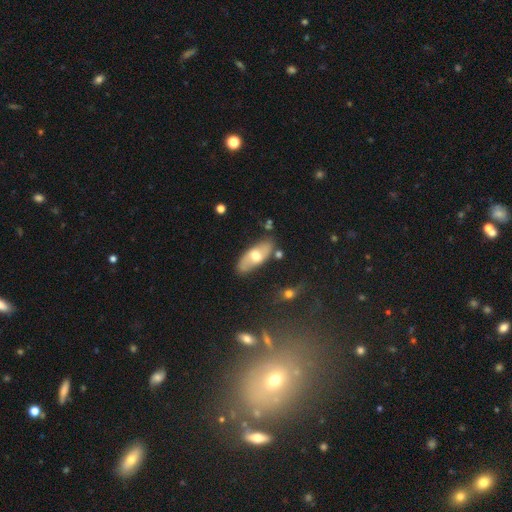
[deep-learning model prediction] A smooth galaxy with no disk features (51%) that is in between round and cigar-shaped (82%).

Vote fractions:
- Smooth or featured? smooth: 51% / featured or disk: 42% / star or artifact: 6%
- How rounded? in between: 82% / cigar-shaped: 15% / round: 3%
- Merging? none: 81% / minor disturbance: 13% / merger: 3% / major disturbance: 3%